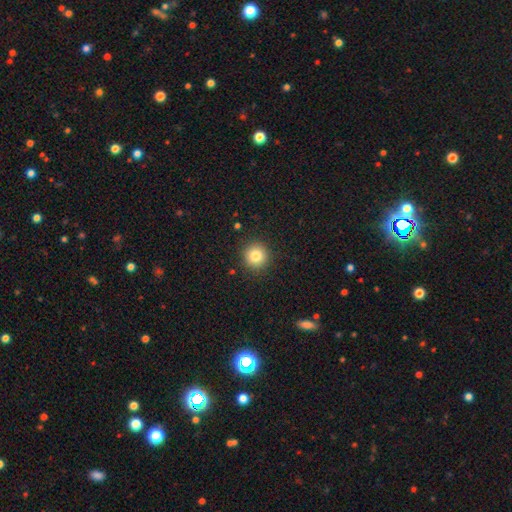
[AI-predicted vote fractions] Smooth or featured?
  - smooth: 82% *
  - star or artifact: 11%
  - featured or disk: 7%
How rounded?
  - round: 94% *
  - in between: 5%
  - cigar-shaped: 1%
Merging?
  - none: 91% *
  - minor disturbance: 6%
  - major disturbance: 2%
  - merger: 1%